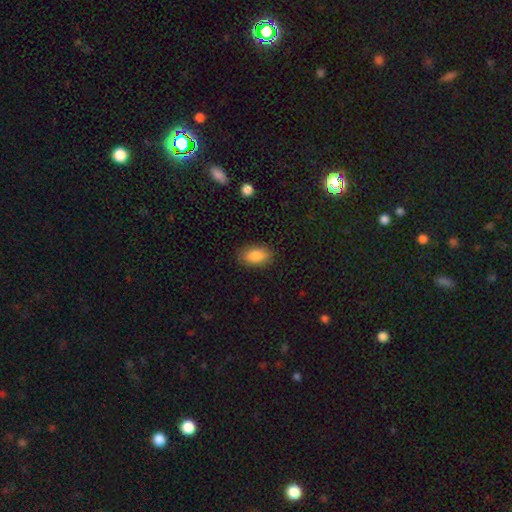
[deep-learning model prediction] The model was most divided on "merging": none: 87%, minor disturbance: 9%, major disturbance: 2%, merger: 1%. More confident: how rounded — in between (91%); smooth or featured — smooth (86%).